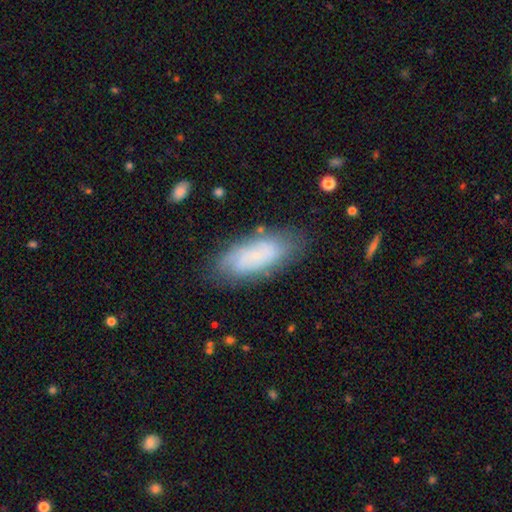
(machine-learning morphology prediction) A smooth galaxy with no disk features (59%) that is in between round and cigar-shaped (82%).

Vote fractions:
- Smooth or featured? smooth: 59% / featured or disk: 32% / star or artifact: 9%
- How rounded? in between: 82% / cigar-shaped: 15% / round: 3%
- Merging? none: 72% / minor disturbance: 19% / major disturbance: 6% / merger: 2%